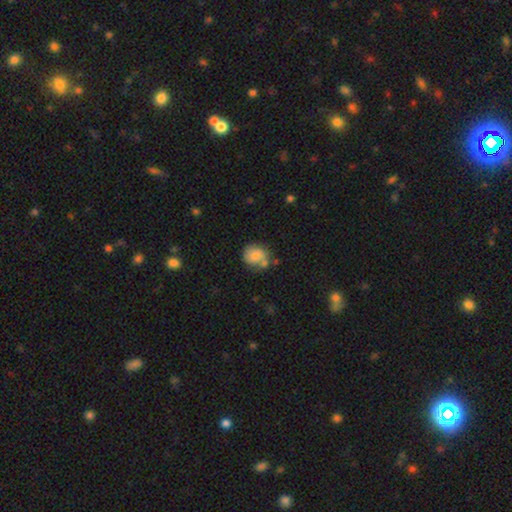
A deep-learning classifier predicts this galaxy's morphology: This appears to be a smooth galaxy with no disk features (70%) that is round (75%). Merging: none (53%).